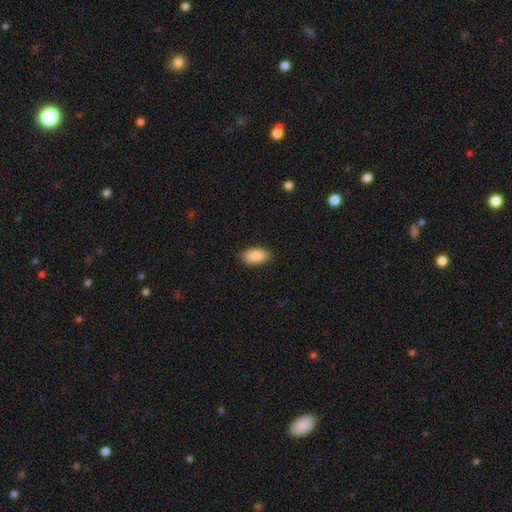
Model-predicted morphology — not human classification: Smooth or featured? smooth (87%)
How rounded? in between (92%)
Merging? none (86%)